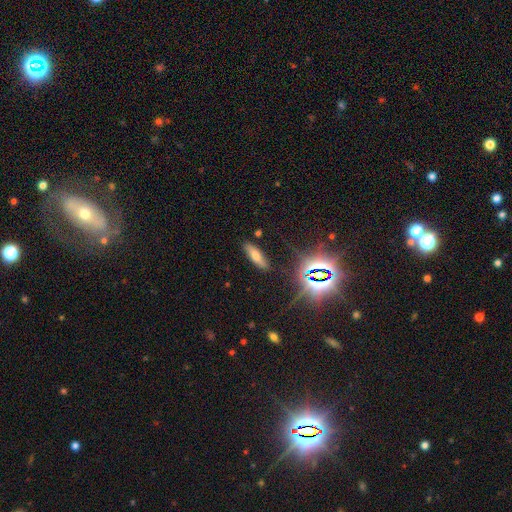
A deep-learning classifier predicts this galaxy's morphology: Smooth or featured? Predicted: smooth (p=0.56). How rounded? Predicted: cigar-shaped (p=0.50). Merging? Predicted: none (p=0.86).